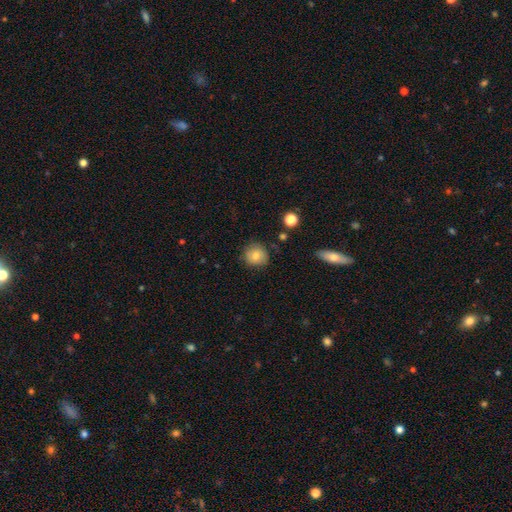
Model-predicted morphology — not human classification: A smooth galaxy with no disk features (77%) that is round (89%).

Vote fractions:
- Smooth or featured? smooth: 77% / featured or disk: 13% / star or artifact: 10%
- How rounded? round: 89% / in between: 10% / cigar-shaped: 1%
- Merging? none: 81% / minor disturbance: 14% / major disturbance: 3% / merger: 2%